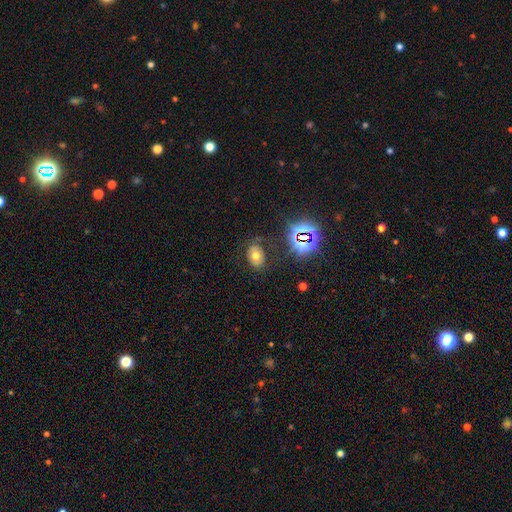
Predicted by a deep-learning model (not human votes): A smooth galaxy with no disk features (54%) that is in between round and cigar-shaped (73%).

Vote fractions:
- Smooth or featured? smooth: 54% / star or artifact: 24% / featured or disk: 21%
- How rounded? in between: 73% / round: 26% / cigar-shaped: 1%
- Merging? none: 73% / minor disturbance: 17% / major disturbance: 7% / merger: 2%